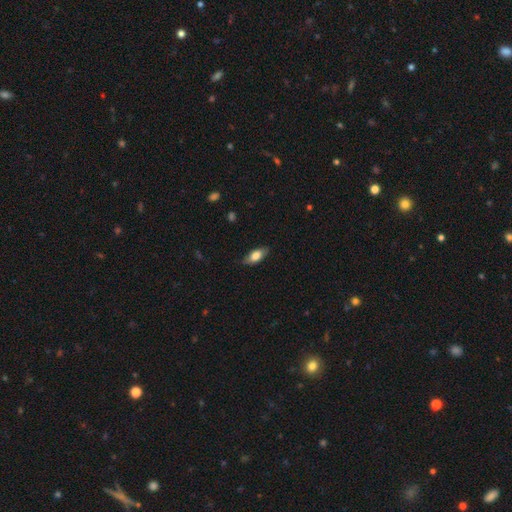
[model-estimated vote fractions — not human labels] Q: Smooth or featured?
A: smooth (73%); runner-up: featured or disk (20%)
Q: How rounded?
A: in between (84%); runner-up: cigar-shaped (13%)
Q: Merging?
A: none (78%); runner-up: minor disturbance (18%)